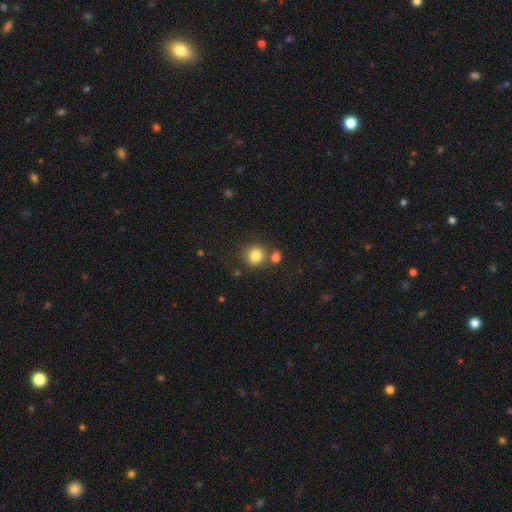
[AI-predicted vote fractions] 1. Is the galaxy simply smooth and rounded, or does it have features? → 82% smooth, 11% star or artifact, 7% featured or disk.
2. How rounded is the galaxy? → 87% round, 12% in between, 1% cigar-shaped.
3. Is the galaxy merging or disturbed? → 67% none, 20% merger, 10% minor disturbance, 3% major disturbance.